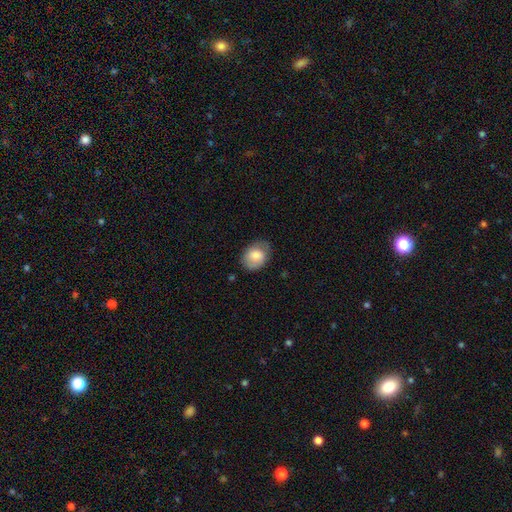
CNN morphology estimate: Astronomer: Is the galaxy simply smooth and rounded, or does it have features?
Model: smooth — 72%.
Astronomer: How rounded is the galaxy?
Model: in between — 64%.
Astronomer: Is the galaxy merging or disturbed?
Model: none — 69%.